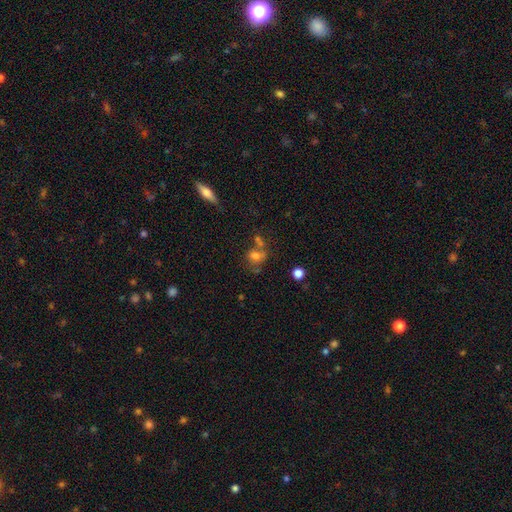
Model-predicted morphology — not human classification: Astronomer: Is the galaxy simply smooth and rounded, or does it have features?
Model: smooth — 67%.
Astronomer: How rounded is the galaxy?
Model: in between — 59% (runner-up: round, 39%).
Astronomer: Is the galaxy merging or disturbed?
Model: none — 39% (runner-up: merger, 32%).